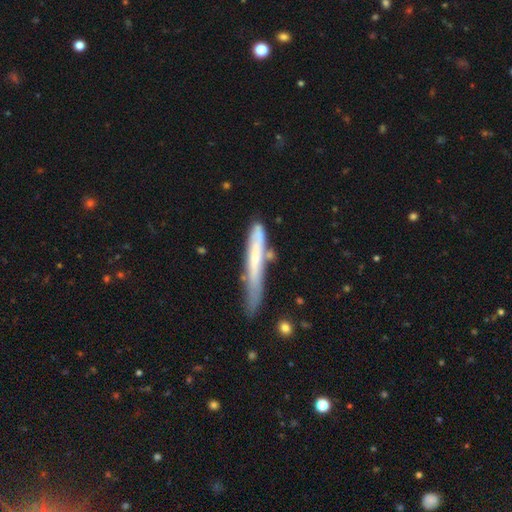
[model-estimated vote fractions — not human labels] A smooth galaxy with no disk features (49%).

Vote fractions:
- Smooth or featured? smooth: 49% / featured or disk: 45% / star or artifact: 7%
- Merging? none: 52% / minor disturbance: 29% / major disturbance: 10% / merger: 9%